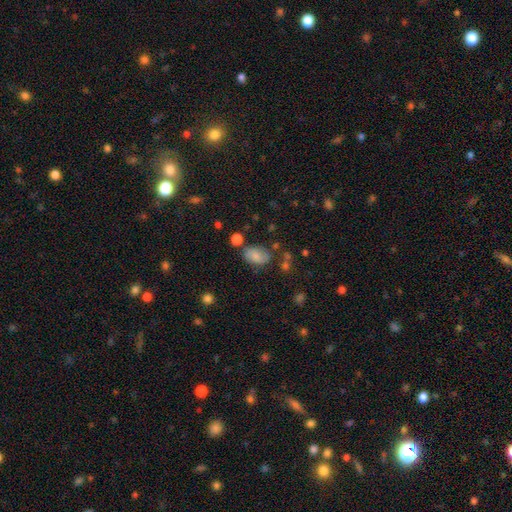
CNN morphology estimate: Smooth or featured: smooth — 68% (featured or disk — 21%)
How rounded: in between — 82% (round — 17%)
Merging: none — 65% (minor disturbance — 21%)